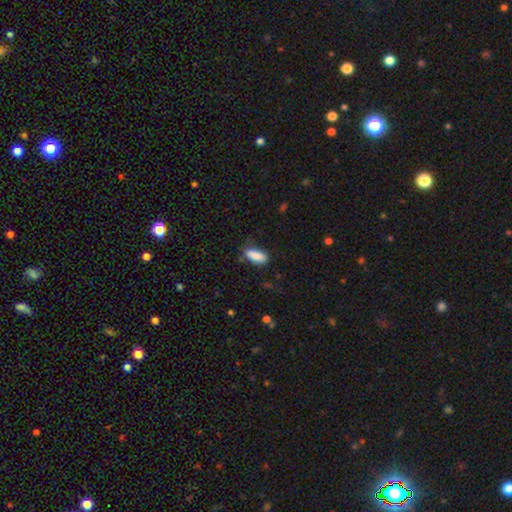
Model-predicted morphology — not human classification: Smooth or featured? Predicted: smooth (p=0.86). How rounded? Predicted: in between (p=0.79). Merging? Predicted: none (p=0.72).